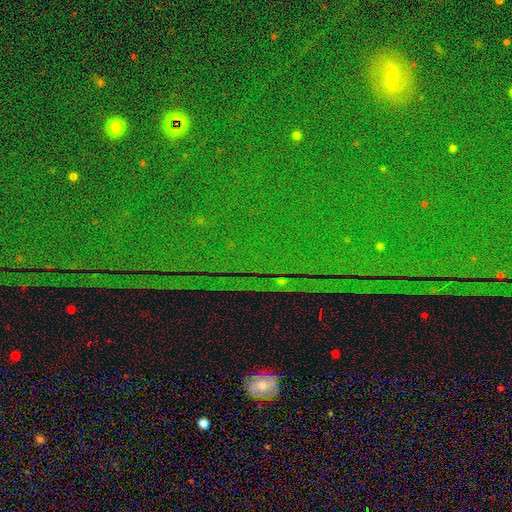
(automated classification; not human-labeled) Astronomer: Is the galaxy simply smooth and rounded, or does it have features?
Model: star or artifact — 83%.